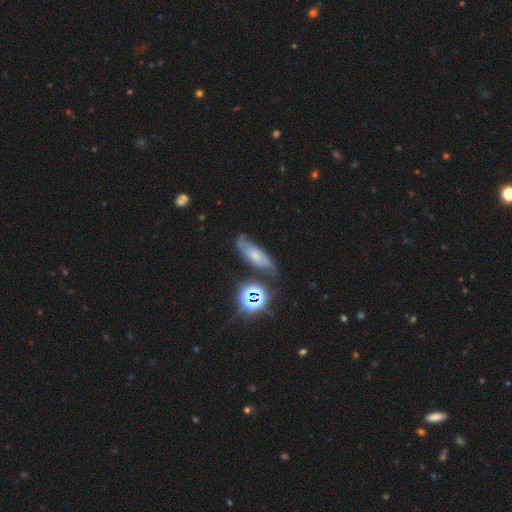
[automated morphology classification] The model was most divided on "smooth or featured": featured or disk: 47%, smooth: 33%, star or artifact: 21%. More confident: merging — none (60%).